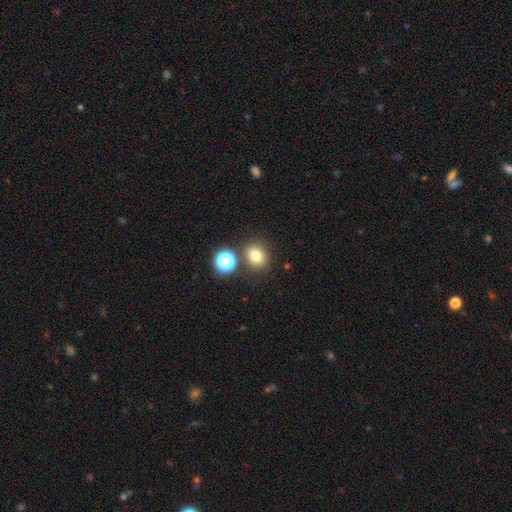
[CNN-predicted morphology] The model was most divided on "how rounded": round: 73%, in between: 26%, cigar-shaped: 1%. More confident: merging — none (79%); smooth or featured — smooth (78%).